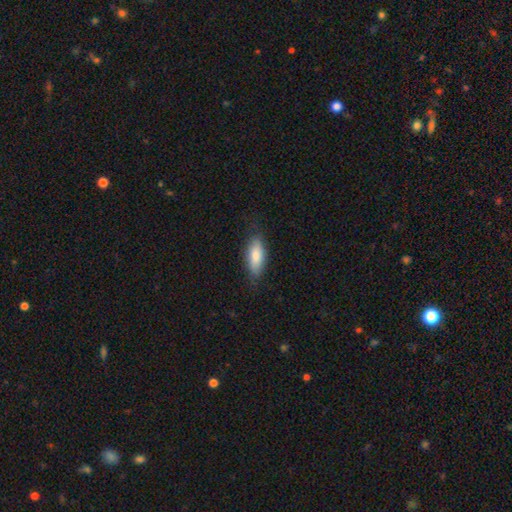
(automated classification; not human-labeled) Morphology: type=smooth (79%); roundness=in between (77%); merging=none (78%).